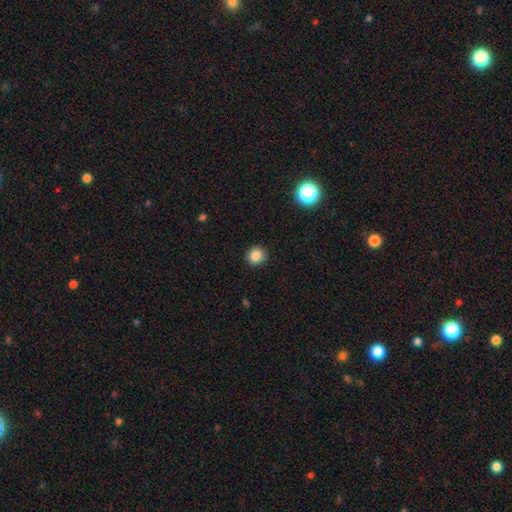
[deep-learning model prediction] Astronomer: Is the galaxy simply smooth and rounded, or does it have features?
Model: smooth — 85%.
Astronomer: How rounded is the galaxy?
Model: round — 88%.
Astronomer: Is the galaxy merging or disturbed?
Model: none — 91%.